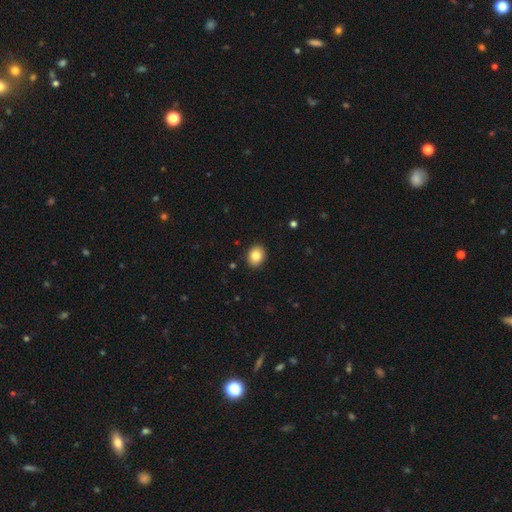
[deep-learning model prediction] Smooth or featured?
  - smooth: 83% *
  - star or artifact: 9%
  - featured or disk: 8%
How rounded?
  - in between: 50% *
  - round: 49%
  - cigar-shaped: 1%
Merging?
  - none: 90% *
  - minor disturbance: 7%
  - major disturbance: 2%
  - merger: 1%